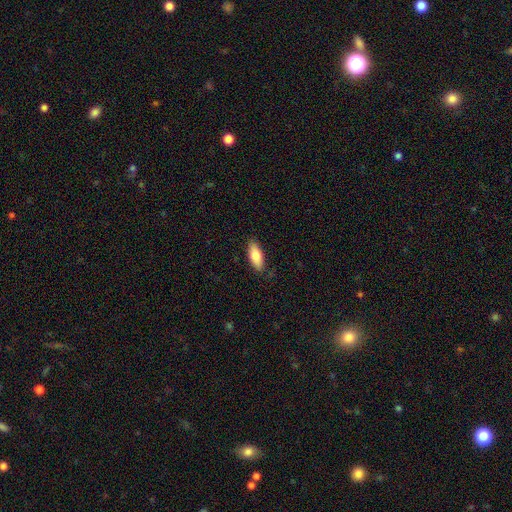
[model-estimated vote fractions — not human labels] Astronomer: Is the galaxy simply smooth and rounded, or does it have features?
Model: smooth — 79%.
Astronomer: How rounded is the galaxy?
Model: in between — 75%.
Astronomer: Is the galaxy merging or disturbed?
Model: none — 85%.